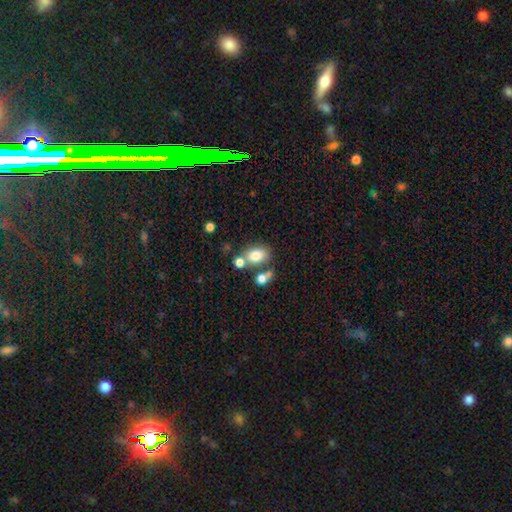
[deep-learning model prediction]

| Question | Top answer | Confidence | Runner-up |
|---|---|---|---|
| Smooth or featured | smooth | 77% | featured or disk (12%) |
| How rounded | in between | 70% | round (29%) |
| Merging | none | 55% | merger (27%) |